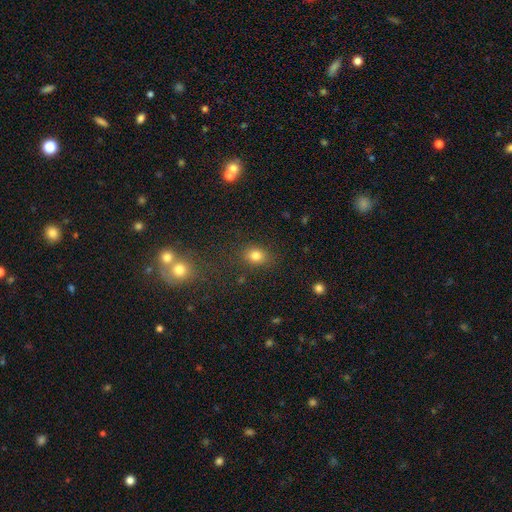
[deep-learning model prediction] Overall: smooth (80%). How rounded: in between (55%; round 44%). Merging: none (80%).